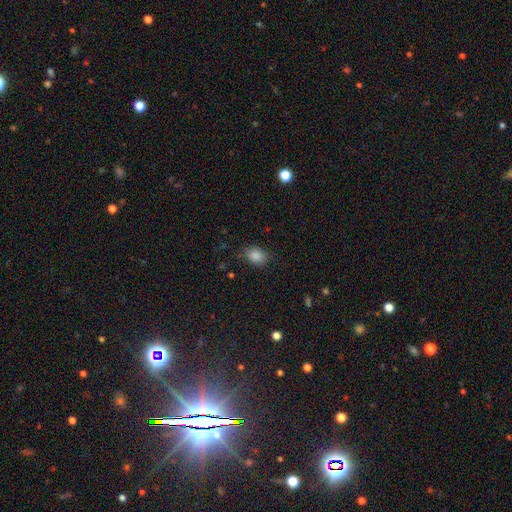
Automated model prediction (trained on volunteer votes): Smooth or featured: smooth — 86% (star or artifact — 10%)
How rounded: in between — 68% (round — 31%)
Merging: none — 82% (minor disturbance — 14%)